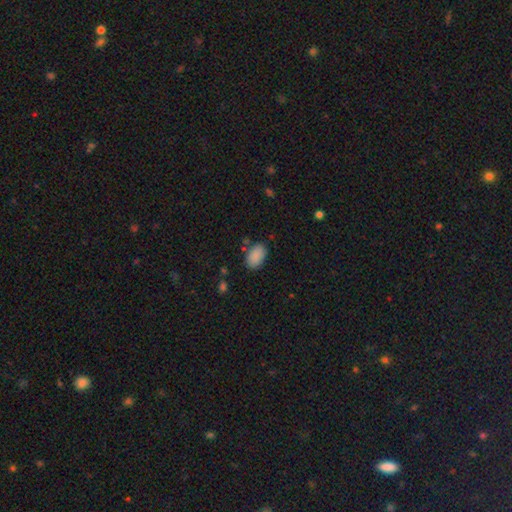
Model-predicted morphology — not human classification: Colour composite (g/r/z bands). It shows a smooth galaxy with no disk features (88%) that is in between round and cigar-shaped (91%). Merging: none (81%).